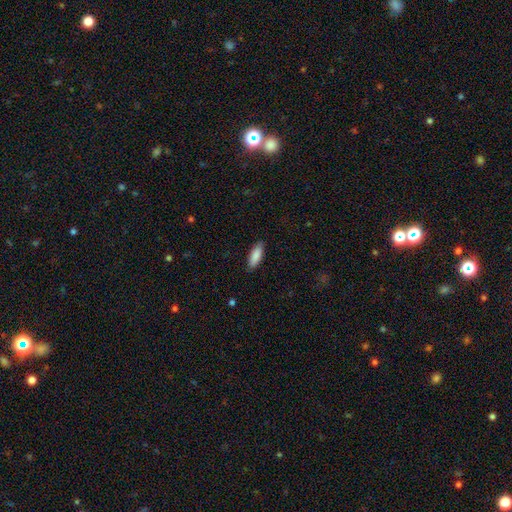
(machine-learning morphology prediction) A smooth galaxy with no disk features (88%) that is in between round and cigar-shaped (65%). Merging: none (87%).